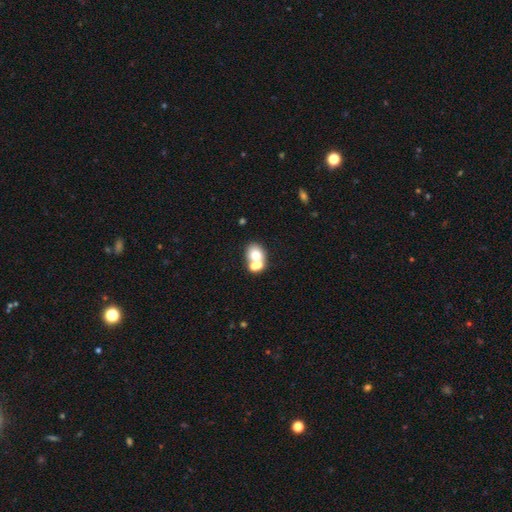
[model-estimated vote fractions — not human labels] Morphology: type=smooth (66%); roundness=round (53%); merging=merger (50%).